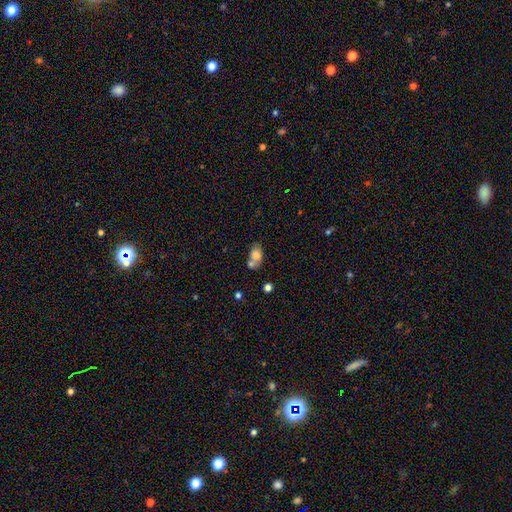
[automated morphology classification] Smooth or featured? Predicted: smooth (p=0.76). How rounded? Predicted: in between (p=0.81). Merging? Predicted: merger (p=0.43).